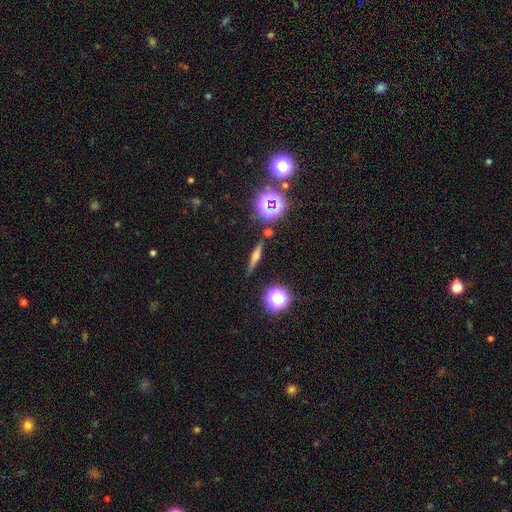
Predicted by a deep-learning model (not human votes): Q: Smooth or featured?
A: featured or disk (46%); runner-up: smooth (36%)
Q: Merging?
A: none (85%); runner-up: minor disturbance (9%)